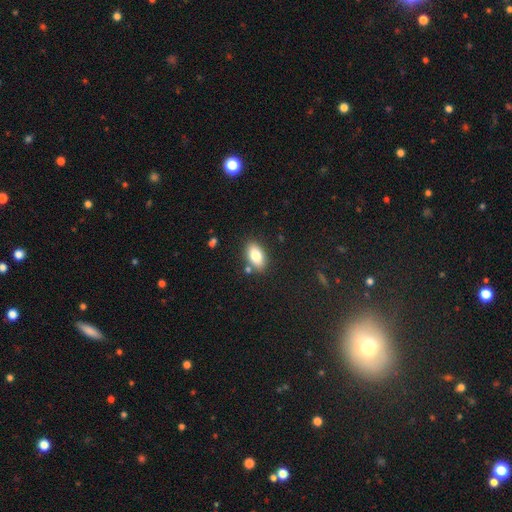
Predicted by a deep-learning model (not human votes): The model was most divided on "smooth or featured": smooth: 80%, featured or disk: 12%, star or artifact: 8%. More confident: how rounded — in between (90%); merging — none (81%).